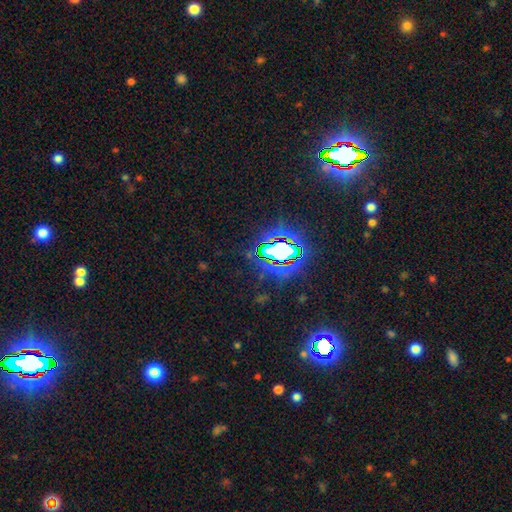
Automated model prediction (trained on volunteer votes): Q: Smooth or featured?
A: star or artifact (79%); runner-up: smooth (12%)